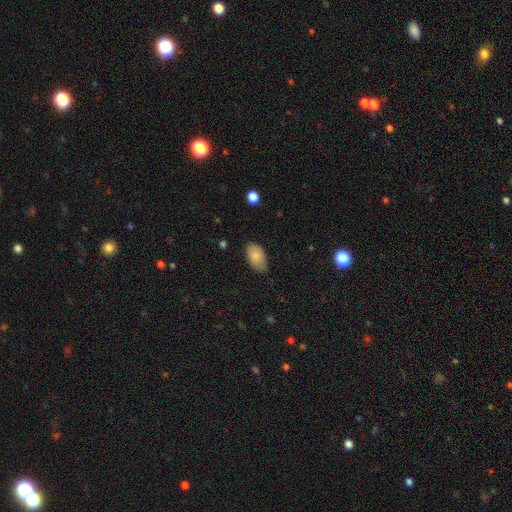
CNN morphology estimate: This appears to be a smooth galaxy with no disk features (81%) that is in between round and cigar-shaped (93%). Merging: none (71%).